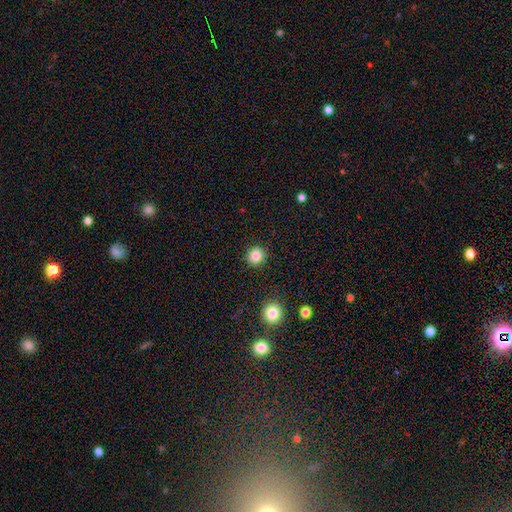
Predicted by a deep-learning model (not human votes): Smooth or featured? smooth (85%)
How rounded? round (92%)
Merging? none (91%)